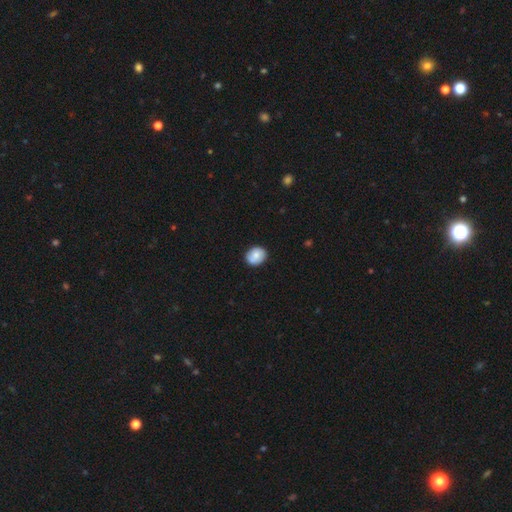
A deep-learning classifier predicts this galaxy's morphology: smooth-or-featured: smooth: 72% | featured or disk: 20% | star or artifact: 8%
  how-rounded: round: 61% | in between: 38% | cigar-shaped: 1%
  merging: none: 81% | minor disturbance: 15% | major disturbance: 3% | merger: 2%